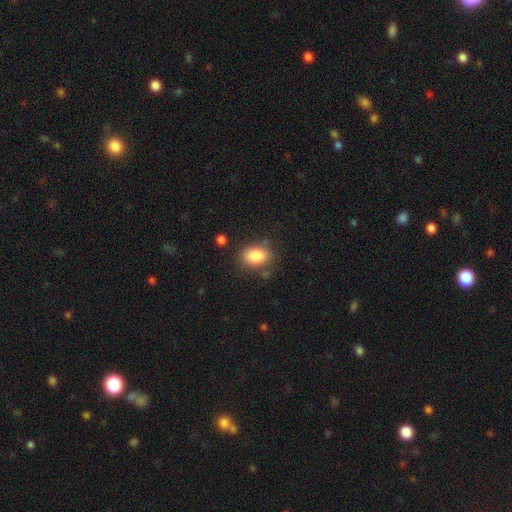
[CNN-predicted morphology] Smooth or featured? smooth (87%)
How rounded? in between (77%)
Merging? none (77%)